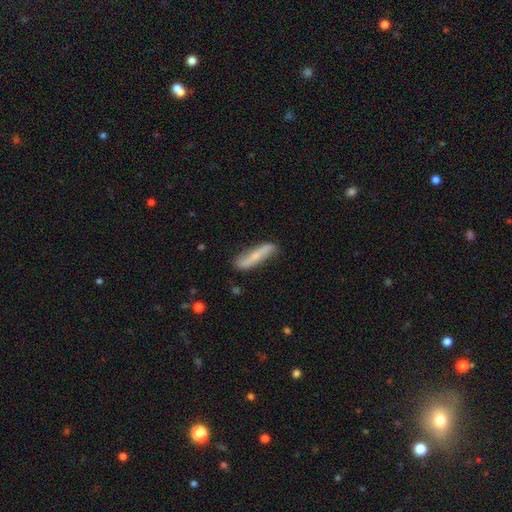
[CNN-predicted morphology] This is possibly a featured or disk galaxy (50%). Merging: likely none (80%).